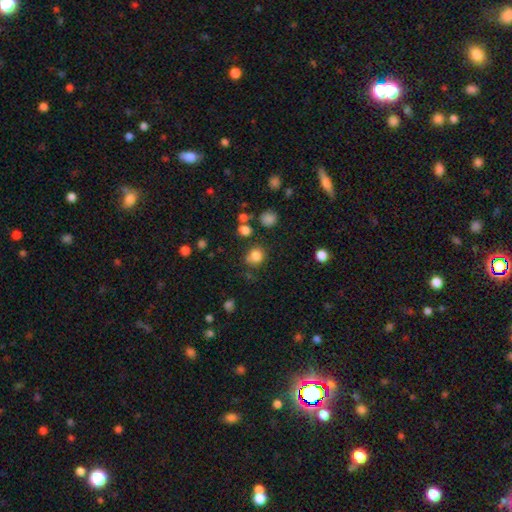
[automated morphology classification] A smooth galaxy with no disk features (81%) that is round (82%). Merging: none (69%).